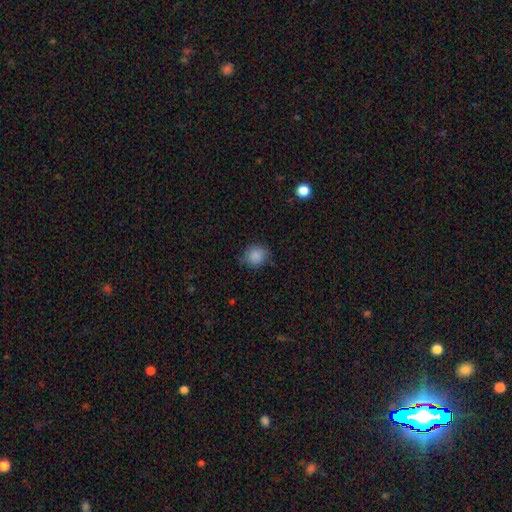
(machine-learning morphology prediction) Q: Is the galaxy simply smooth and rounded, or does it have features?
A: smooth — 87%.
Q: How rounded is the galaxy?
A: round — 80%.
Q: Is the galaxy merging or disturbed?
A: none — 77%.